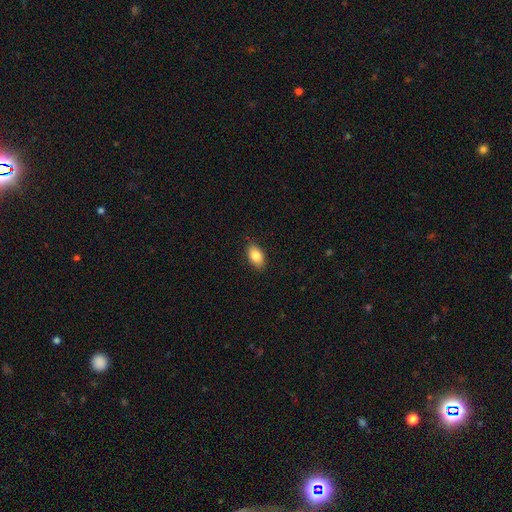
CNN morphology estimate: smooth-or-featured: smooth: 85% | featured or disk: 8% | star or artifact: 7%
  how-rounded: in between: 91% | round: 7% | cigar-shaped: 2%
  merging: none: 88% | minor disturbance: 9% | major disturbance: 2% | merger: 1%